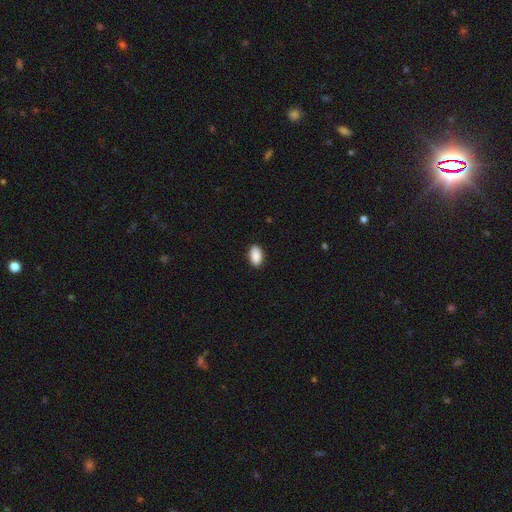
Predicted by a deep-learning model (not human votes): This is clearly a smooth galaxy (90%). How rounded: clearly in between (93%). Merging: clearly none (89%).